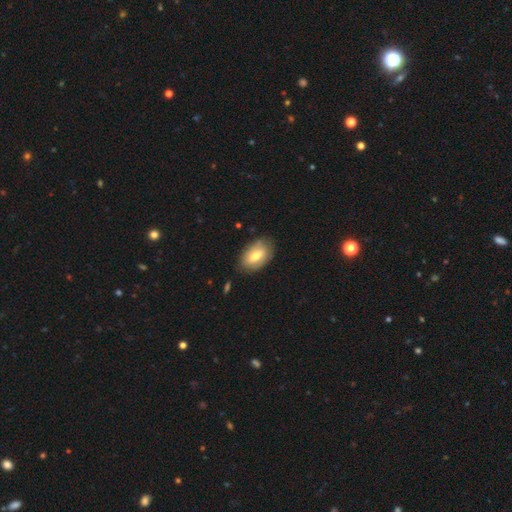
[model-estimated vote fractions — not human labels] This appears to be a smooth galaxy with no disk features (67%) that is in between round and cigar-shaped (91%). Merging: none (79%).